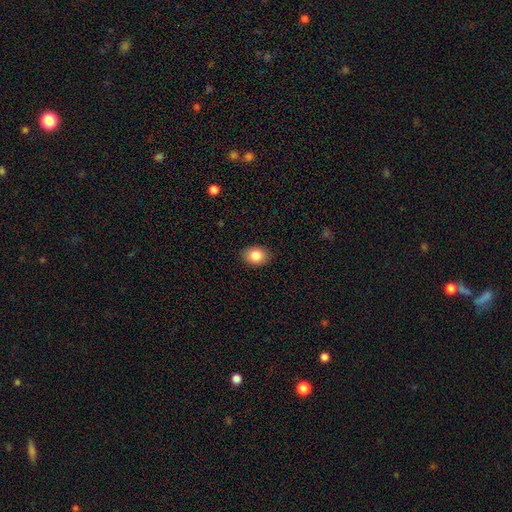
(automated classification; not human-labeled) smooth_or_featured: smooth (p=0.86) [alt: star or artifact p=0.08]
how_rounded: in between (p=0.63) [alt: round p=0.36]
merging: none (p=0.89) [alt: minor disturbance p=0.08]